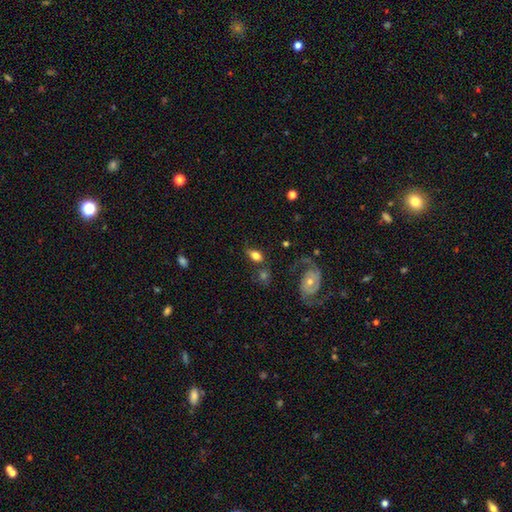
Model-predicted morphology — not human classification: Overall: smooth (67%). How rounded: in between (83%). Merging: none (60%).